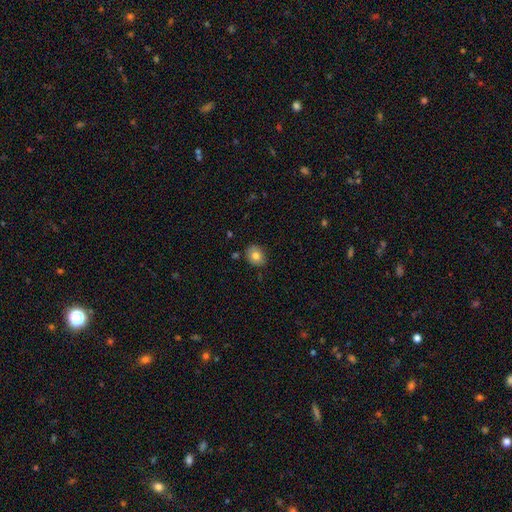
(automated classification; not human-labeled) Overall: smooth (79%). How rounded: round (56%; in between 43%). Merging: none (84%).